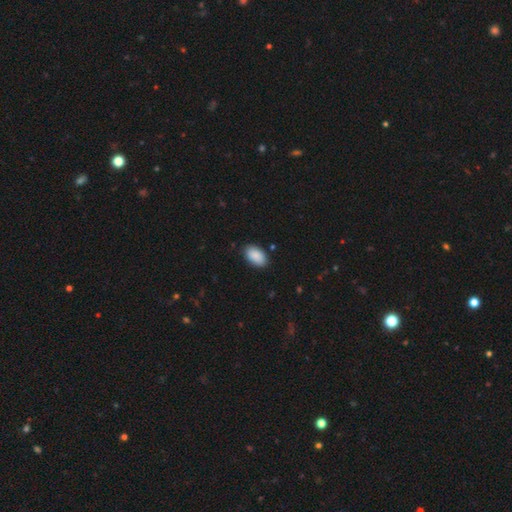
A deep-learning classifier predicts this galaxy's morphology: This appears to be a smooth galaxy with no disk features (90%) that is in between round and cigar-shaped (94%). Merging: none (88%).